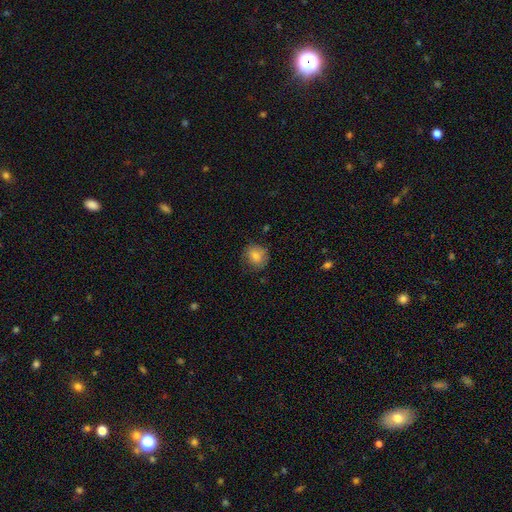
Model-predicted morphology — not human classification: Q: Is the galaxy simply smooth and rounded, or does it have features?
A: smooth — 79%.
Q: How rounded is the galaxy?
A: round — 81%.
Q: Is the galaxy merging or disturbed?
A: none — 77%.